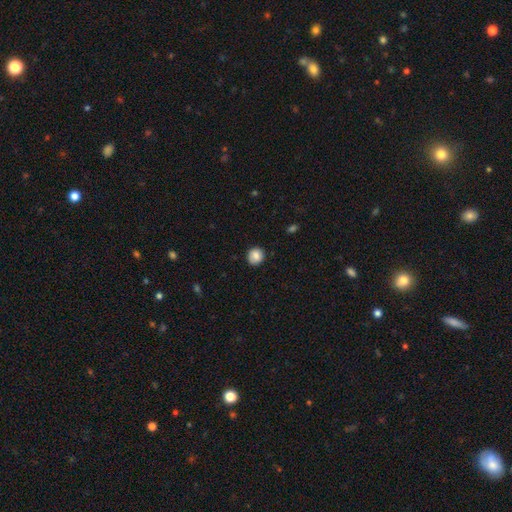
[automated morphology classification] Smooth or featured? smooth (84%)
How rounded? round (88%)
Merging? none (86%)